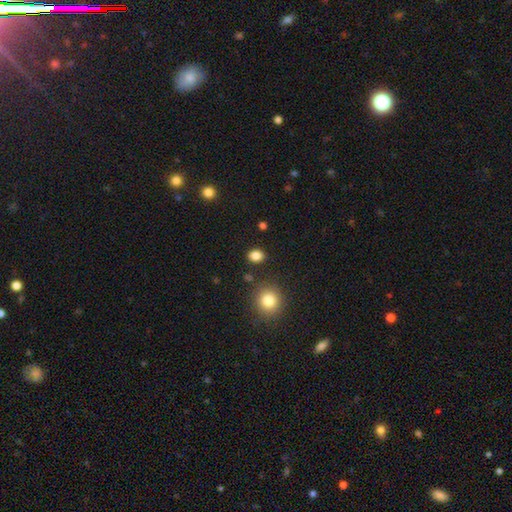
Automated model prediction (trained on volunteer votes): Smooth or featured? Predicted: smooth (p=0.85). How rounded? Predicted: round (p=0.52). Merging? Predicted: none (p=0.86).